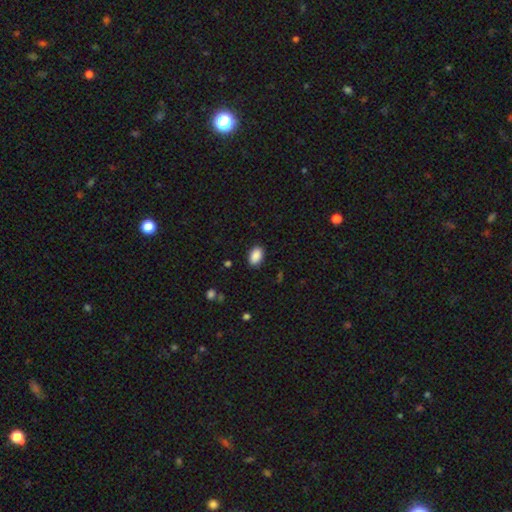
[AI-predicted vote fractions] Morphology: type=smooth (89%); roundness=in between (90%); merging=none (89%).